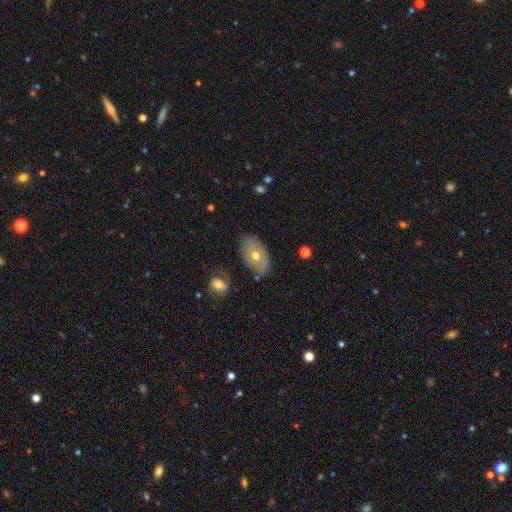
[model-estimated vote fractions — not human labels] Smooth or featured? smooth (52%)
How rounded? in between (90%)
Merging? none (74%)